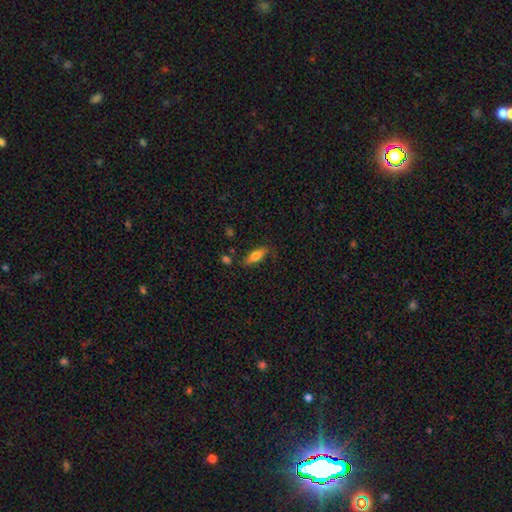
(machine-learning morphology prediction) This is likely a smooth galaxy (75%). How rounded: likely in between (71%). Merging: likely none (74%).